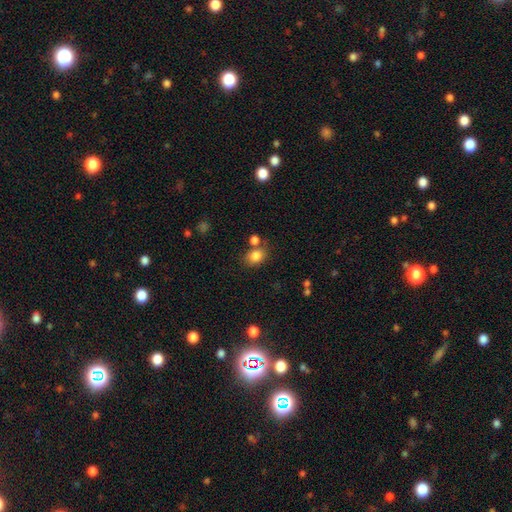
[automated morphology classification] The model was most divided on "how rounded": in between: 57%, round: 42%, cigar-shaped: 1%. More confident: smooth or featured — smooth (83%); merging — none (64%).